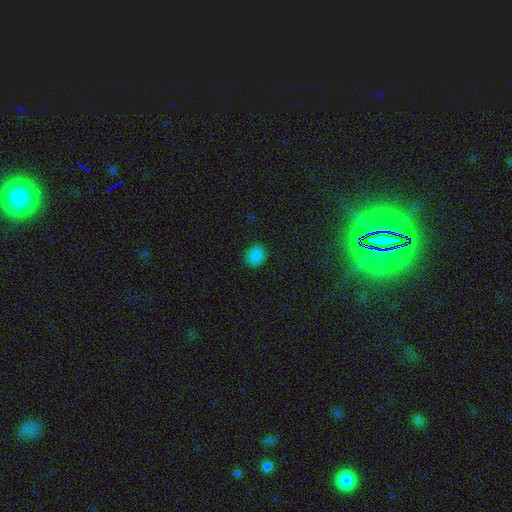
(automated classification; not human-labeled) Smooth or featured? smooth (85%)
How rounded? round (57%)
Merging? none (89%)